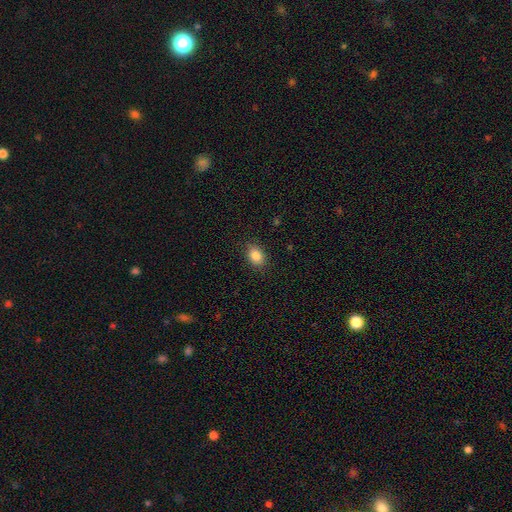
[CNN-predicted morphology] This is clearly a smooth galaxy (85%). How rounded: likely in between (72%). Merging: clearly none (87%).